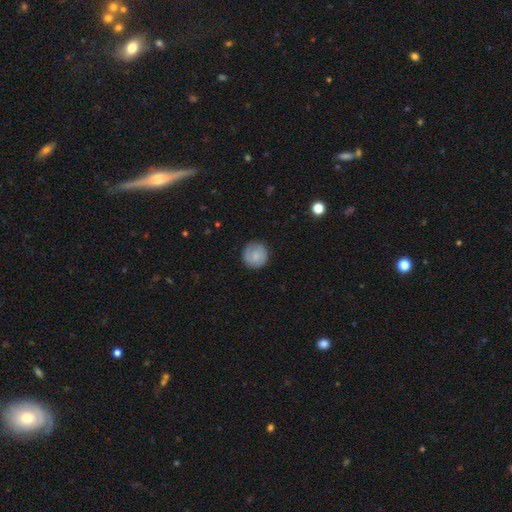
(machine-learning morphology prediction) smooth_or_featured: smooth (p=0.73) [alt: featured or disk p=0.20]
how_rounded: round (p=0.93) [alt: in between p=0.06]
merging: none (p=0.84) [alt: minor disturbance p=0.11]